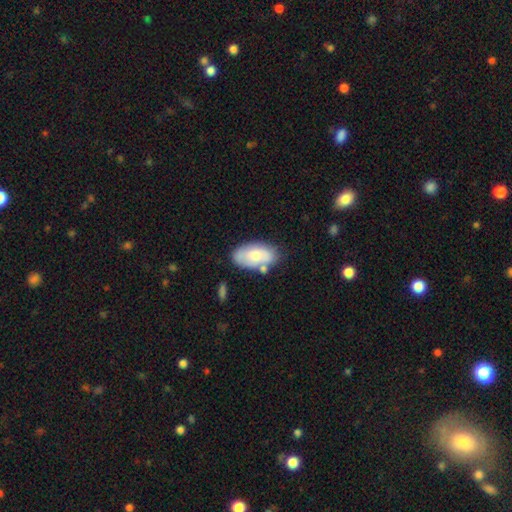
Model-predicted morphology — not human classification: smooth_or_featured: smooth (p=0.63) [alt: featured or disk p=0.31]
how_rounded: in between (p=0.94) [alt: round p=0.04]
merging: none (p=0.63) [alt: minor disturbance p=0.20]